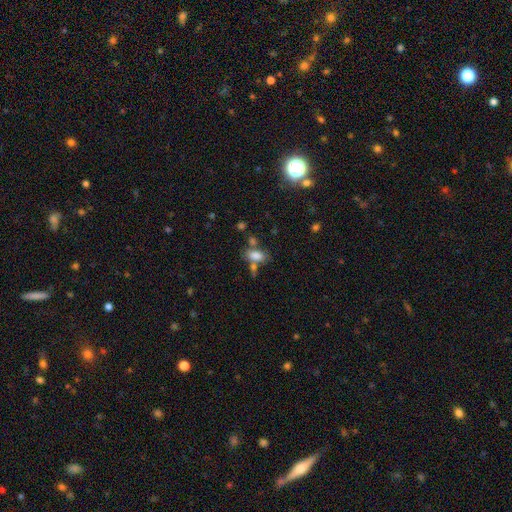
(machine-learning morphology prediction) Smooth or featured?
  - smooth: 78% *
  - featured or disk: 11%
  - star or artifact: 11%
How rounded?
  - in between: 88% *
  - round: 6%
  - cigar-shaped: 6%
Merging?
  - none: 50% *
  - merger: 27%
  - minor disturbance: 16%
  - major disturbance: 7%